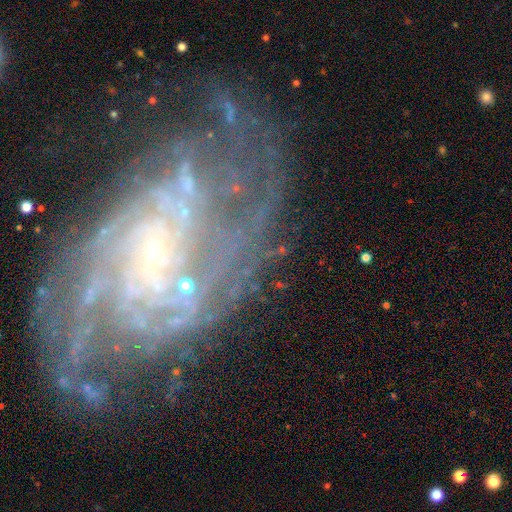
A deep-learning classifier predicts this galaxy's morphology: This appears to be a featured or disk galaxy (88%) with no bar (60%), tight (61%) spiral arms (97%) and a small central bulge (81%). Merging: none (66%).